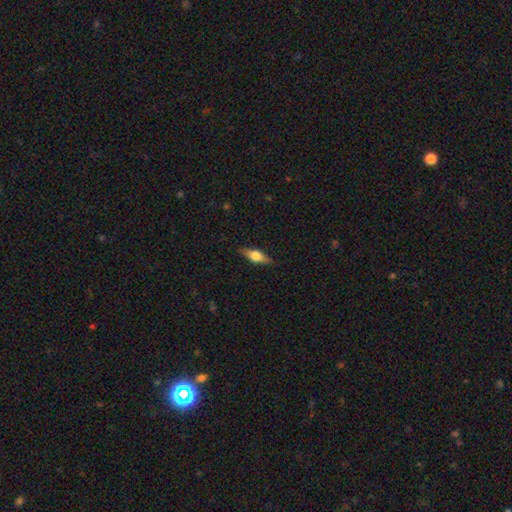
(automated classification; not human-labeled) The model was most divided on "smooth or featured": smooth: 52%, featured or disk: 41%, star or artifact: 7%. More confident: merging — none (86%); how rounded — in between (60%).